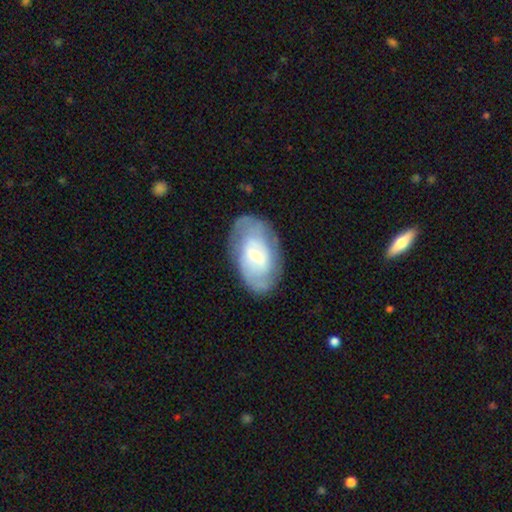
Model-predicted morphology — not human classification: Smooth or featured?
  - featured or disk: 70% *
  - smooth: 25%
  - star or artifact: 6%
Edge-on disk?
  - no: 95% *
  - yes: 5%
Bar?
  - weak: 44% *
  - no: 43%
  - strong: 13%
Spiral arms?
  - yes: 79% *
  - no: 21%
Spiral winding?
  - tight: 56% *
  - medium: 32%
  - loose: 12%
Spiral arm count?
  - 2: 44% *
  - can't tell: 40%
  - 3: 7%
  - 1: 4%
  - 4: 3%
  - more than 4: 2%
Bulge size?
  - small: 56% *
  - moderate: 39%
  - large: 3%
  - none: 1%
  - dominant: 1%
Merging?
  - none: 74% *
  - minor disturbance: 17%
  - major disturbance: 7%
  - merger: 1%